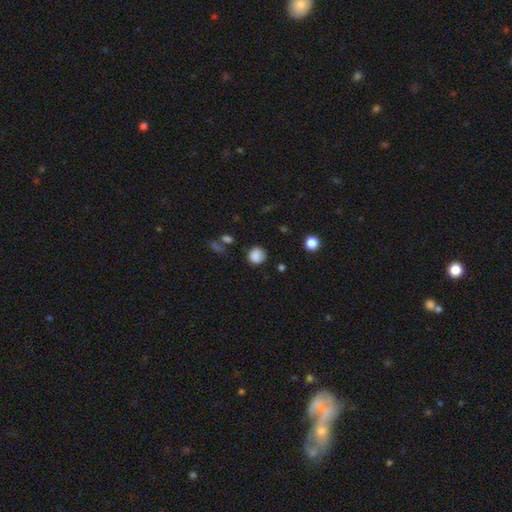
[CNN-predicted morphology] The model was most divided on "merging": none: 76%, minor disturbance: 17%, major disturbance: 5%, merger: 3%. More confident: how rounded — round (86%); smooth or featured — smooth (84%).